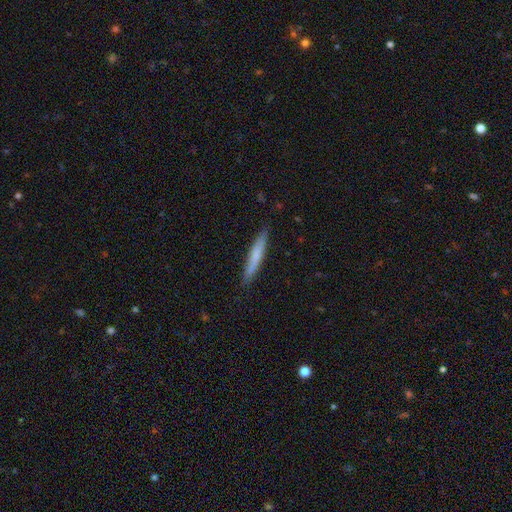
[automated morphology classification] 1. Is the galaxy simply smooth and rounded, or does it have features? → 67% smooth, 28% featured or disk, 6% star or artifact.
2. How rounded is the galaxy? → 95% cigar-shaped, 4% in between, 1% round.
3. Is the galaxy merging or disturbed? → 88% none, 9% minor disturbance, 2% major disturbance, 1% merger.